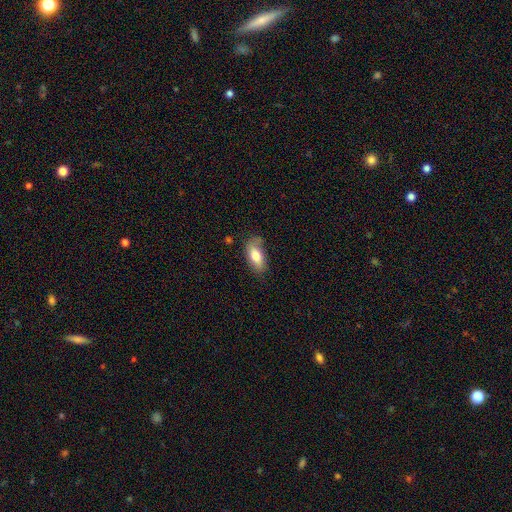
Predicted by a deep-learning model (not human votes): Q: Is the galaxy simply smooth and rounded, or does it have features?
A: smooth — 74%.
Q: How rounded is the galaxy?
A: in between — 87%.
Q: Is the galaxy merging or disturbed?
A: none — 63%.